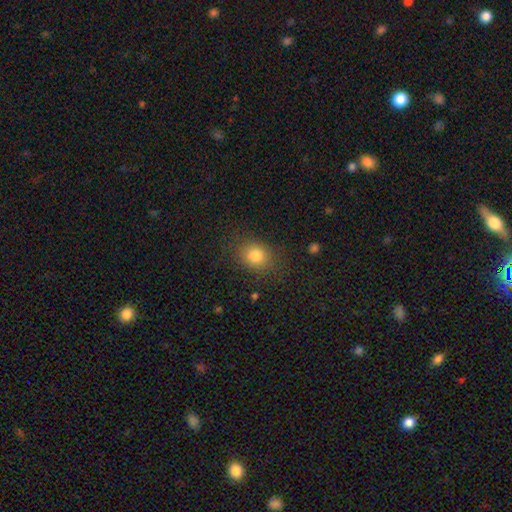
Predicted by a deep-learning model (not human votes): Smooth or featured?
  - smooth: 81% *
  - star or artifact: 12%
  - featured or disk: 7%
How rounded?
  - round: 62% *
  - in between: 37%
  - cigar-shaped: 1%
Merging?
  - none: 83% *
  - minor disturbance: 11%
  - major disturbance: 5%
  - merger: 1%